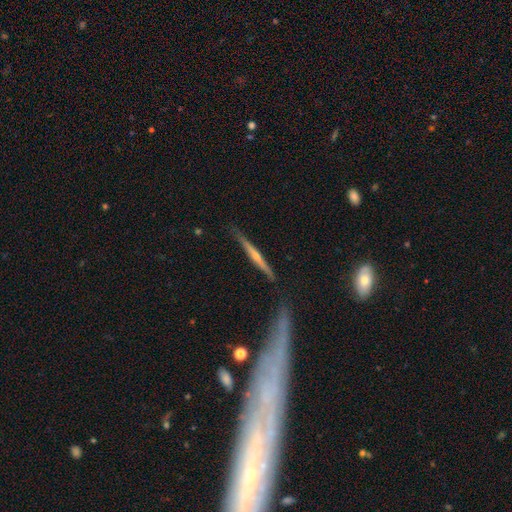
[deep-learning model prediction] Smooth or featured?
  - featured or disk: 69% *
  - smooth: 24%
  - star or artifact: 7%
Edge-on disk?
  - yes: 96% *
  - no: 4%
Edge-on bulge?
  - rounded: 67% *
  - none: 27%
  - boxy: 6%
Merging?
  - none: 79% *
  - minor disturbance: 14%
  - merger: 4%
  - major disturbance: 4%